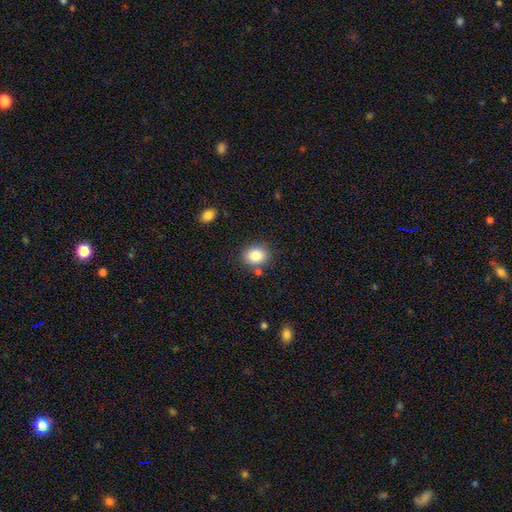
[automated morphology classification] smooth 84%, star or artifact 9%, featured or disk 7%. Down the decision tree: how rounded — round (55%); merging — none (80%).